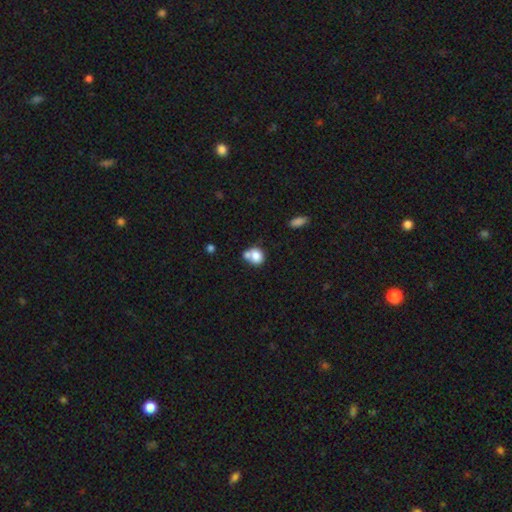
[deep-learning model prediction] A smooth galaxy with no disk features (79%) that is round (66%). Merging: merger (46%).